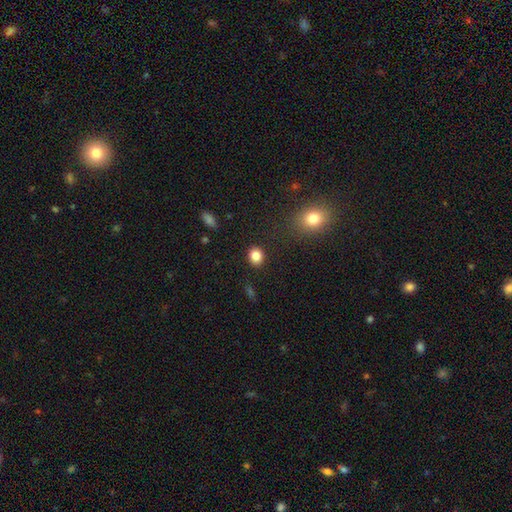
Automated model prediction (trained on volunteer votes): The model was most divided on "how rounded": round: 63%, in between: 36%, cigar-shaped: 1%. More confident: merging — none (88%); smooth or featured — smooth (85%).